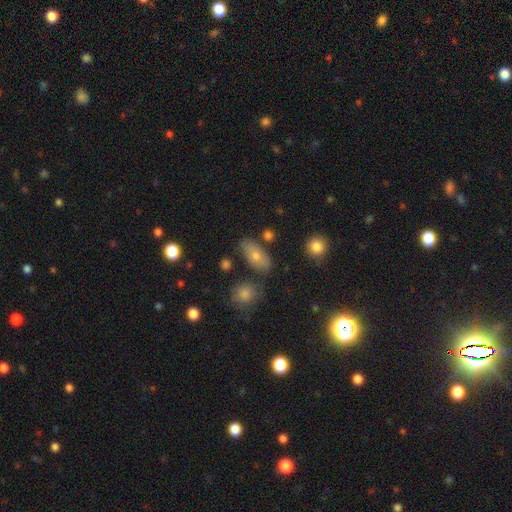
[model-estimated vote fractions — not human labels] A smooth galaxy with no disk features (64%) that is in between round and cigar-shaped (83%).

Vote fractions:
- Smooth or featured? smooth: 64% / featured or disk: 22% / star or artifact: 13%
- How rounded? in between: 83% / cigar-shaped: 10% / round: 7%
- Merging? none: 74% / minor disturbance: 16% / merger: 6% / major disturbance: 4%